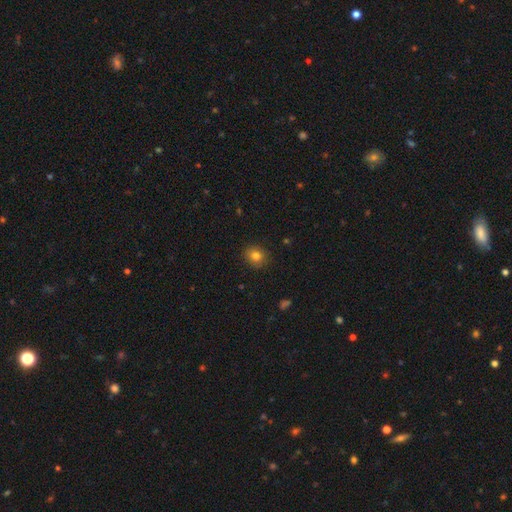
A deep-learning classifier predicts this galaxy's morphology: Smooth or featured? smooth (81%)
How rounded? round (75%)
Merging? none (90%)